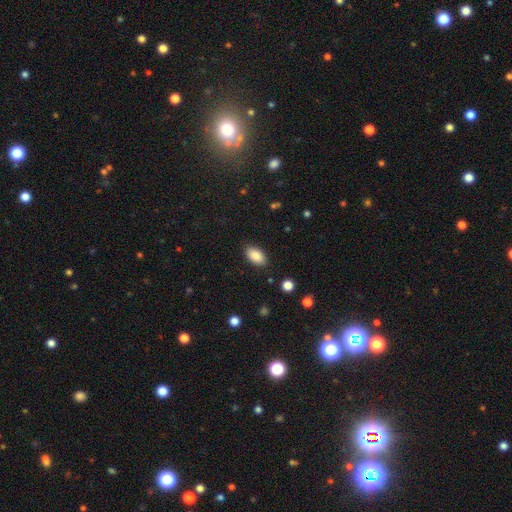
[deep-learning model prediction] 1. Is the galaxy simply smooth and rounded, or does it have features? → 87% smooth, 8% star or artifact, 5% featured or disk.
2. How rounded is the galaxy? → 93% in between, 5% round, 2% cigar-shaped.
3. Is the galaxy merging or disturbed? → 86% none, 10% minor disturbance, 3% major disturbance, 1% merger.